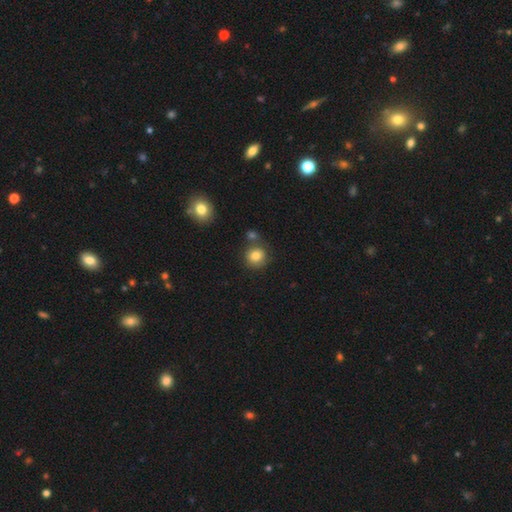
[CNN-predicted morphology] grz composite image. It shows a smooth galaxy with no disk features (82%) that is round (87%). Merging: none (71%).